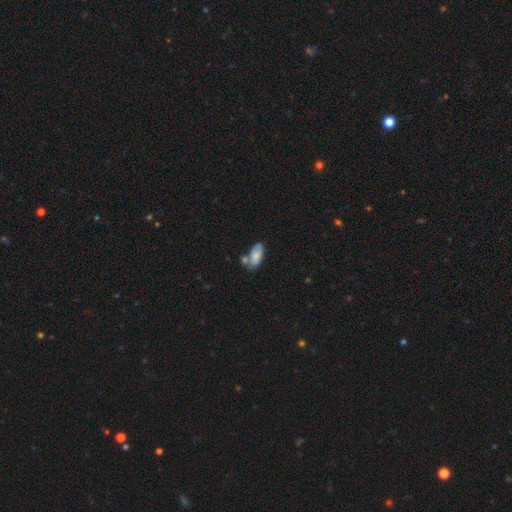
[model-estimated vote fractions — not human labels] Smooth or featured?
  - smooth: 77% *
  - featured or disk: 16%
  - star or artifact: 7%
How rounded?
  - in between: 92% *
  - cigar-shaped: 6%
  - round: 3%
Merging?
  - none: 46% *
  - merger: 28%
  - minor disturbance: 20%
  - major disturbance: 6%